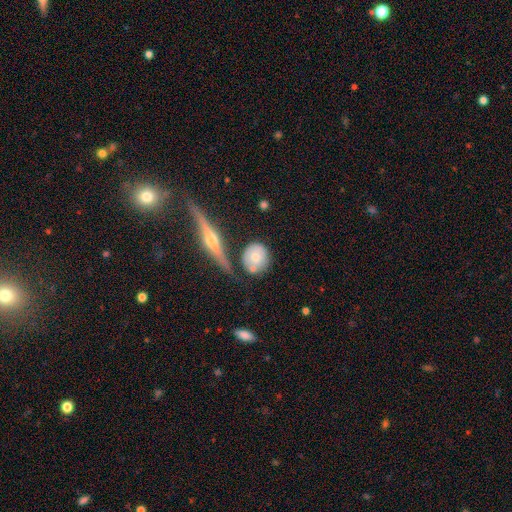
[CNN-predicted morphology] Overall: smooth (67%). How rounded: round (83%). Merging: none (65%).